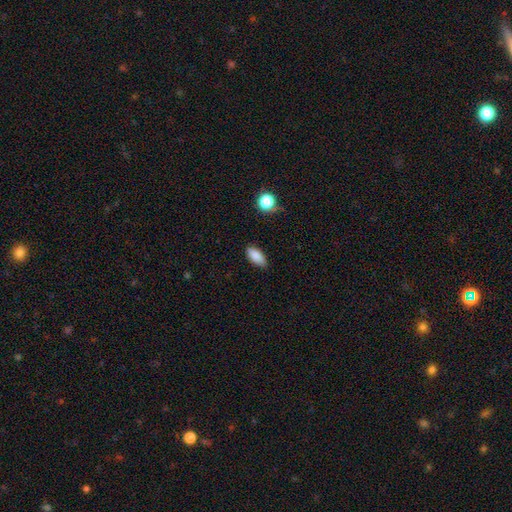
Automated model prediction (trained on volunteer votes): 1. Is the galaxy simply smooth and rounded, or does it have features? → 86% smooth, 8% star or artifact, 5% featured or disk.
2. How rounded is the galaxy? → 87% in between, 10% cigar-shaped, 3% round.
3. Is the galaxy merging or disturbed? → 83% none, 13% minor disturbance, 3% major disturbance, 1% merger.